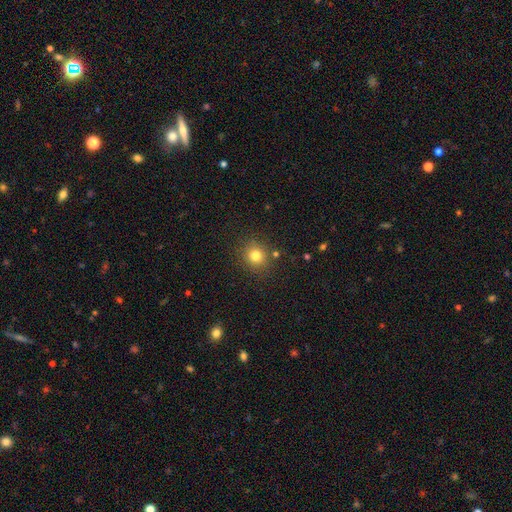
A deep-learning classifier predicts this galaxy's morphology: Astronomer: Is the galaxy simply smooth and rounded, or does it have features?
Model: smooth — 79%.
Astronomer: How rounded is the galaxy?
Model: round — 86%.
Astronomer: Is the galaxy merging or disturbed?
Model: none — 85%.